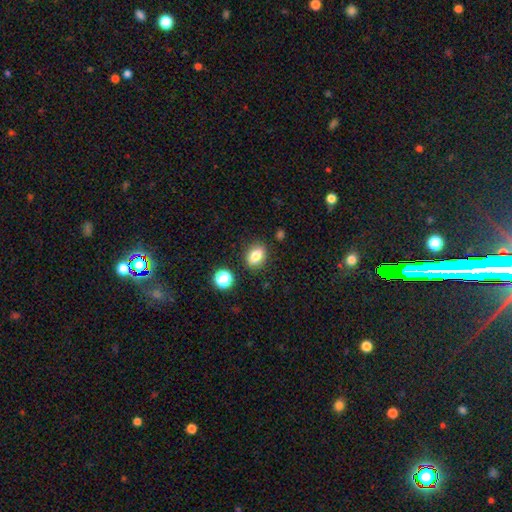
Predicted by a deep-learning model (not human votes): This appears to be a smooth galaxy with no disk features (78%) that is in between round and cigar-shaped (70%). Merging: none (84%).